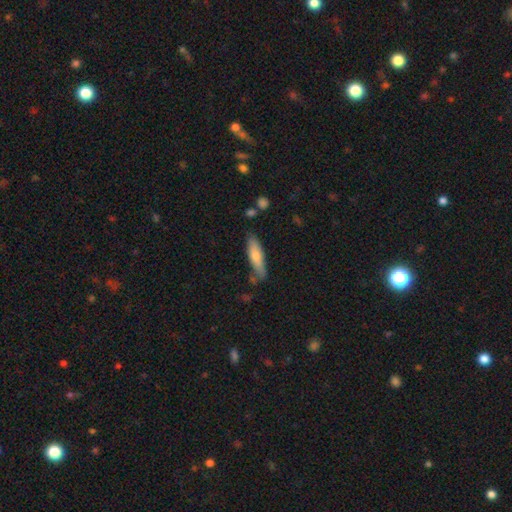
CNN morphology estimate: This is likely a smooth galaxy (67%). How rounded: likely cigar-shaped (67%). Merging: likely none (71%).